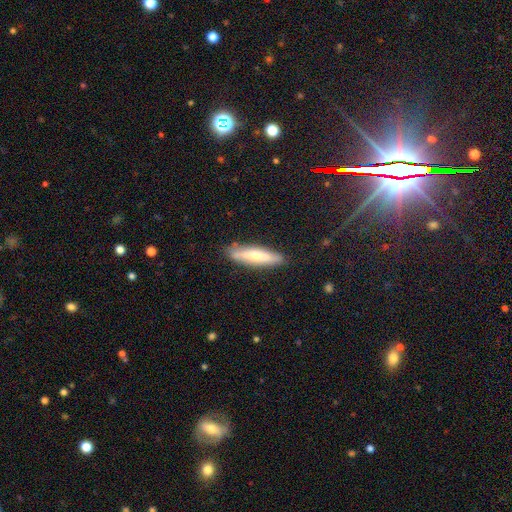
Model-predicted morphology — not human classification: The model was most divided on "smooth or featured": smooth: 57%, featured or disk: 37%, star or artifact: 6%. More confident: merging — none (83%); how rounded — cigar-shaped (76%).